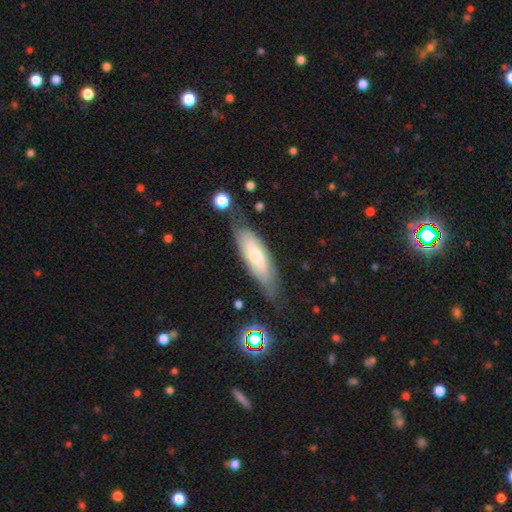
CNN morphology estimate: This is possibly a smooth galaxy (48%). Merging: likely none (65%).